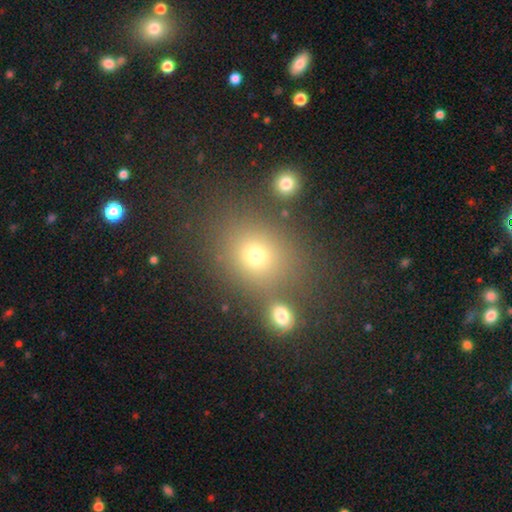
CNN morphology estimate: smooth-or-featured: smooth: 66% | star or artifact: 23% | featured or disk: 10%
  how-rounded: round: 64% | in between: 34% | cigar-shaped: 1%
  merging: none: 73% | merger: 12% | minor disturbance: 10% | major disturbance: 5%